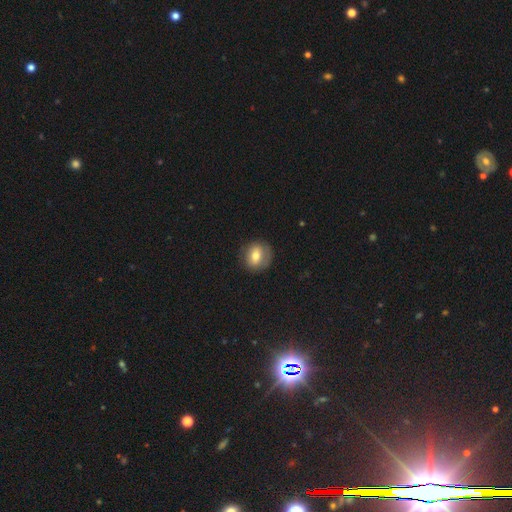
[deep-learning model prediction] The model was most divided on "how rounded": round: 64%, in between: 35%, cigar-shaped: 1%. More confident: merging — none (81%); smooth or featured — smooth (70%).